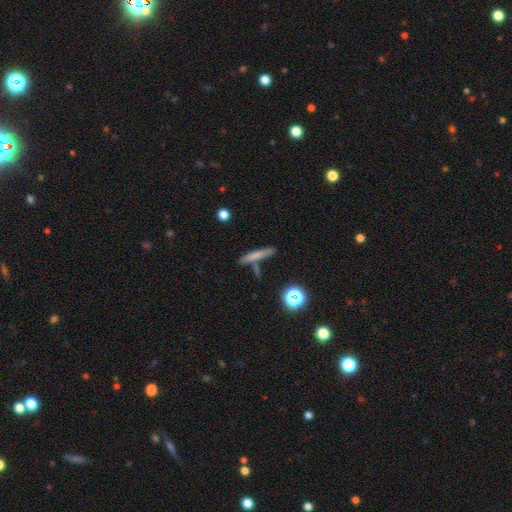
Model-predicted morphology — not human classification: This appears to be a smooth galaxy with no disk features (67%) that is cigar-shaped (88%). Merging: none (68%).